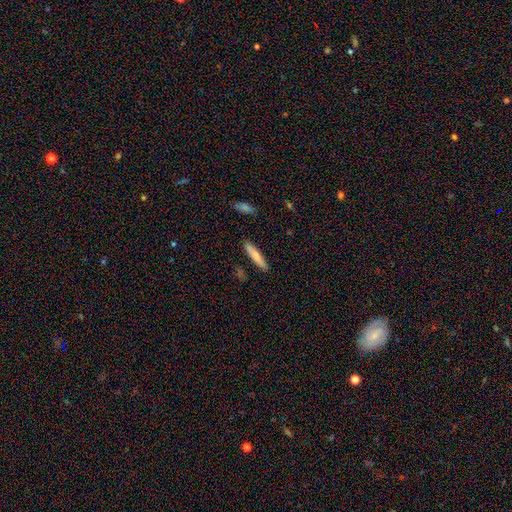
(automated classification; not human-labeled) smooth-or-featured: smooth: 71% | featured or disk: 23% | star or artifact: 6%
  how-rounded: cigar-shaped: 88% | in between: 10% | round: 2%
  merging: none: 88% | minor disturbance: 8% | merger: 2% | major disturbance: 2%